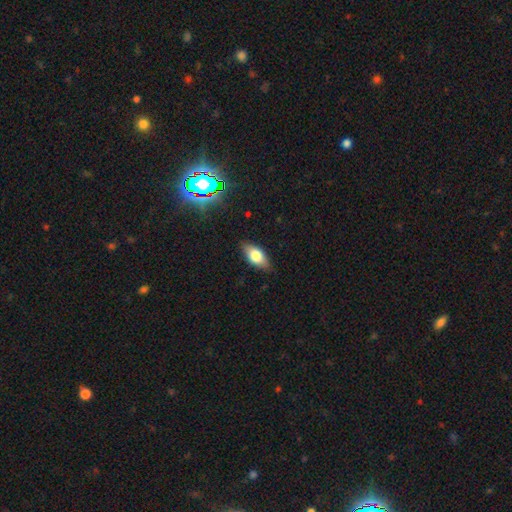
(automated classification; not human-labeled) This is likely a smooth galaxy (69%). How rounded: clearly in between (85%). Merging: clearly none (84%).